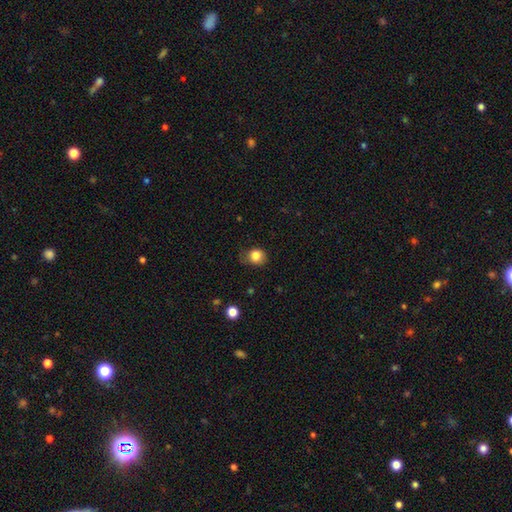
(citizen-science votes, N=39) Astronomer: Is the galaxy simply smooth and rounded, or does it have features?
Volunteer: smooth — 74%.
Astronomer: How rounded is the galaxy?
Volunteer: round — 69%.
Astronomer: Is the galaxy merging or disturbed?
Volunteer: none — 61%.